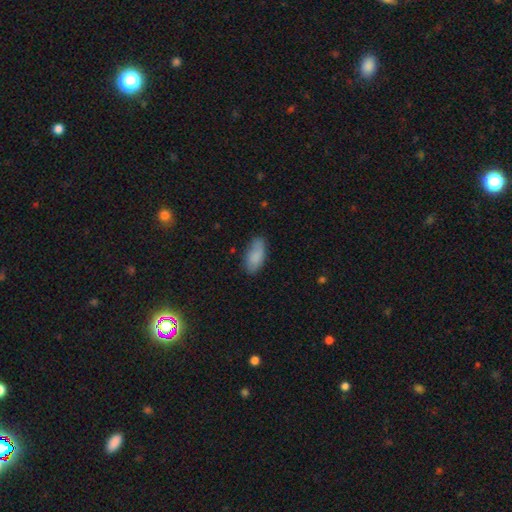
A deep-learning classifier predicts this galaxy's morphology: smooth_or_featured: smooth (p=0.85) [alt: featured or disk p=0.08]
how_rounded: in between (p=0.91) [alt: cigar-shaped p=0.07]
merging: none (p=0.74) [alt: minor disturbance p=0.20]